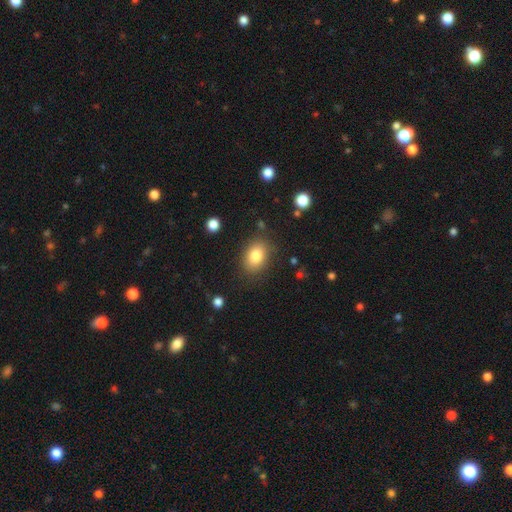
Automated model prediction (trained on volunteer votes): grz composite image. It shows a smooth galaxy with no disk features (82%) that is in between round and cigar-shaped (75%). Merging: none (82%).